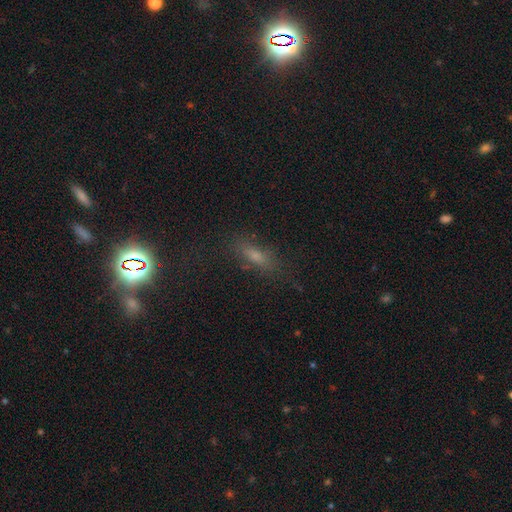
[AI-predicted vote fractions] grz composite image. It shows a smooth galaxy with no disk features (57%) that is in between round and cigar-shaped (51%). Merging: none (76%).